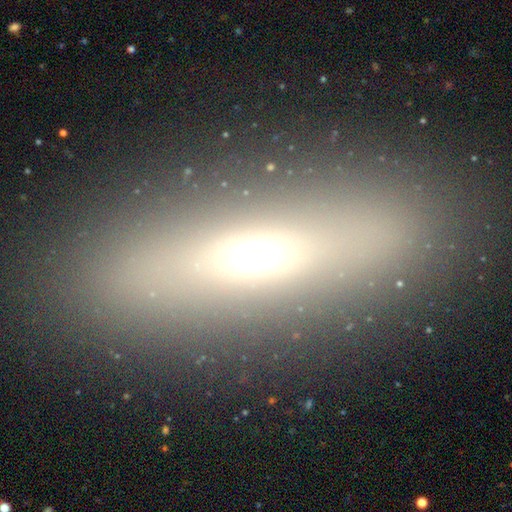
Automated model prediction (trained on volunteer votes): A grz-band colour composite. It shows a featured or disk galaxy (47%). Merging: none (87%).